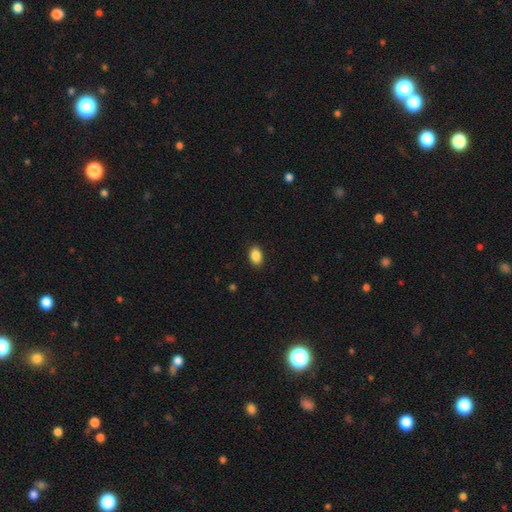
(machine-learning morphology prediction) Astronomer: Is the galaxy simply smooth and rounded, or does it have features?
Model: smooth — 89%.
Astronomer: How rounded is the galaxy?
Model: in between — 86%.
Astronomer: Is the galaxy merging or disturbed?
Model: none — 89%.